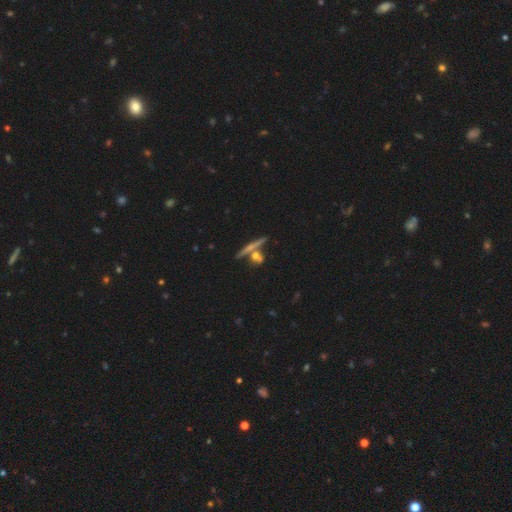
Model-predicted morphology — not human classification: Smooth or featured: featured or disk — 48% (smooth — 40%)
Merging: none — 65% (merger — 23%)